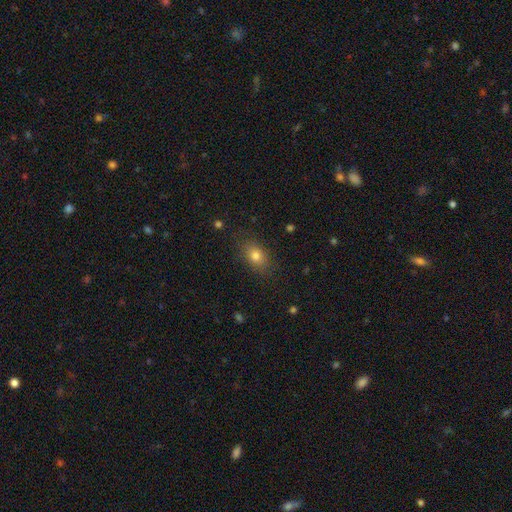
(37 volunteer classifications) smooth_or_featured: smooth (p=0.81) [alt: featured or disk p=0.11]
how_rounded: in between (p=0.80) [alt: round p=0.17]
merging: none (p=0.91) [alt: minor disturbance p=0.03]